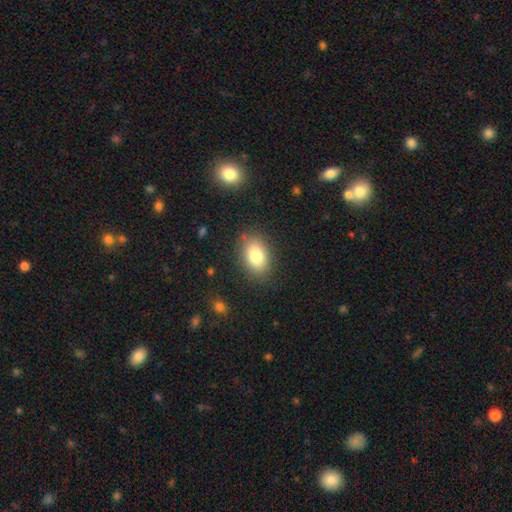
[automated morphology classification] Smooth or featured: smooth — 83% (featured or disk — 9%)
How rounded: in between — 86% (round — 13%)
Merging: none — 83% (minor disturbance — 12%)